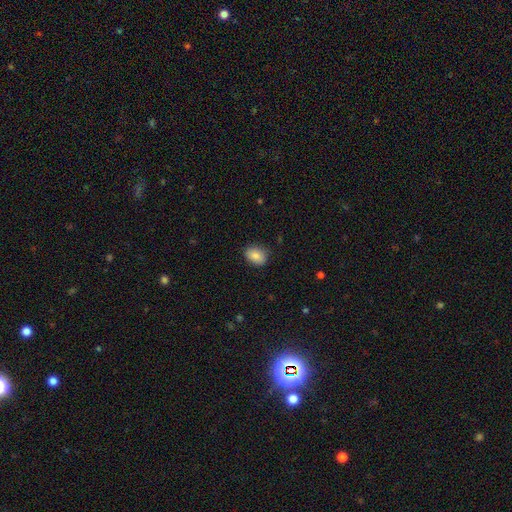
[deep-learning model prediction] smooth 84%, star or artifact 8%, featured or disk 8%. Down the decision tree: how rounded — in between (64%); merging — none (83%).